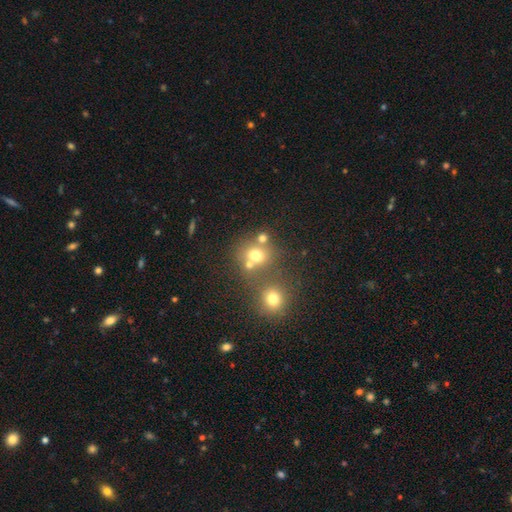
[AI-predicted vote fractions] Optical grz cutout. It shows a smooth galaxy with no disk features (69%) that is round (81%). Merging: none (54%).